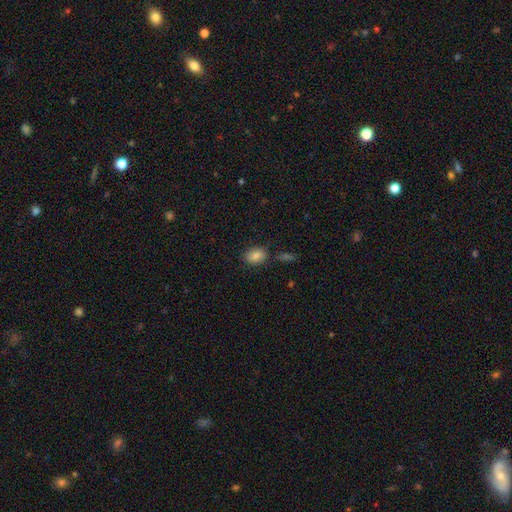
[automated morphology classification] smooth-or-featured: smooth: 84% | star or artifact: 9% | featured or disk: 7%
  how-rounded: in between: 73% | round: 25% | cigar-shaped: 1%
  merging: none: 77% | minor disturbance: 13% | merger: 6% | major disturbance: 3%